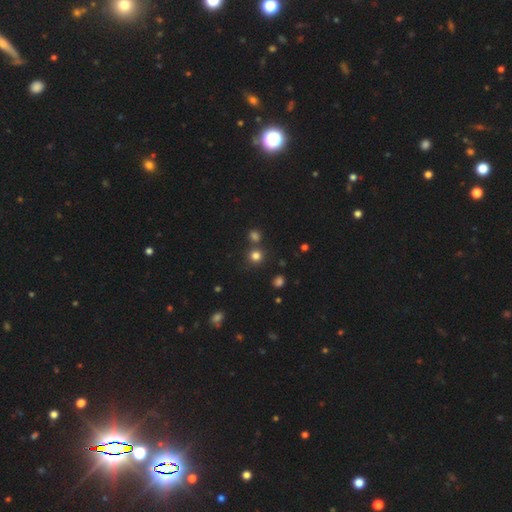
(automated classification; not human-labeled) smooth_or_featured: smooth (p=0.78) [alt: star or artifact p=0.17]
how_rounded: round (p=0.91) [alt: in between p=0.08]
merging: none (p=0.76) [alt: merger p=0.15]